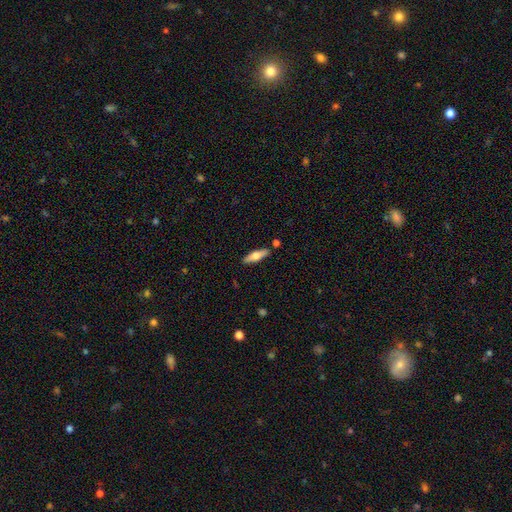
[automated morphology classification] A smooth galaxy with no disk features (55%) that is cigar-shaped (62%).

Vote fractions:
- Smooth or featured? smooth: 55% / featured or disk: 39% / star or artifact: 6%
- How rounded? cigar-shaped: 62% / in between: 36% / round: 2%
- Merging? none: 85% / minor disturbance: 9% / merger: 4% / major disturbance: 2%